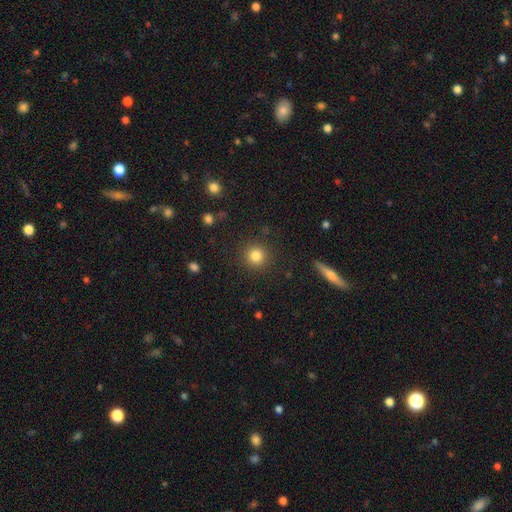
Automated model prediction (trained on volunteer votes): Q: Smooth or featured?
A: smooth (83%); runner-up: star or artifact (11%)
Q: How rounded?
A: round (93%); runner-up: in between (6%)
Q: Merging?
A: none (90%); runner-up: minor disturbance (6%)